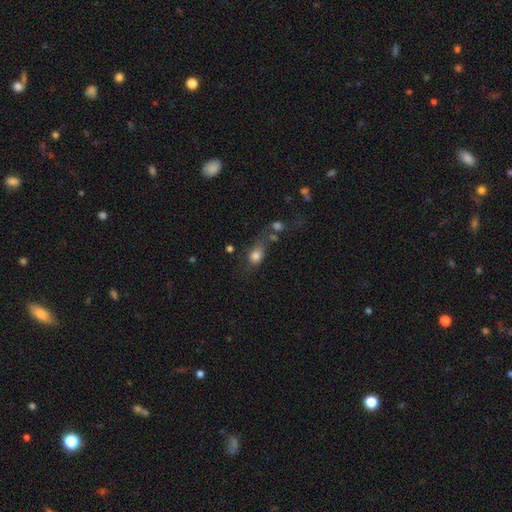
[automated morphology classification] The model was most divided on "merging": merger: 31%, none: 29%, major disturbance: 24%, minor disturbance: 17%. More confident: smooth or featured — smooth (78%); how rounded — in between (55%).